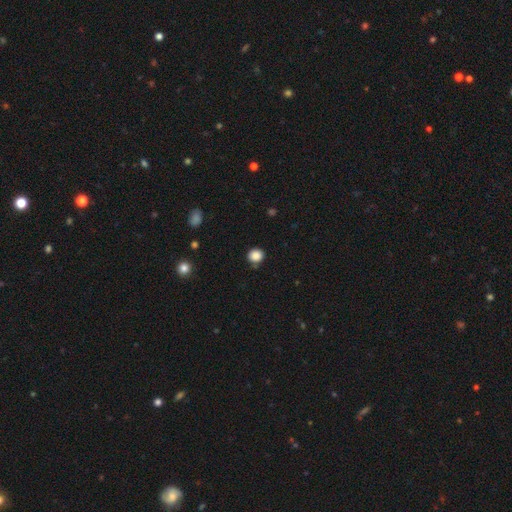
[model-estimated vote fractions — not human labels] Overall: smooth (86%). How rounded: round (88%). Merging: none (85%).